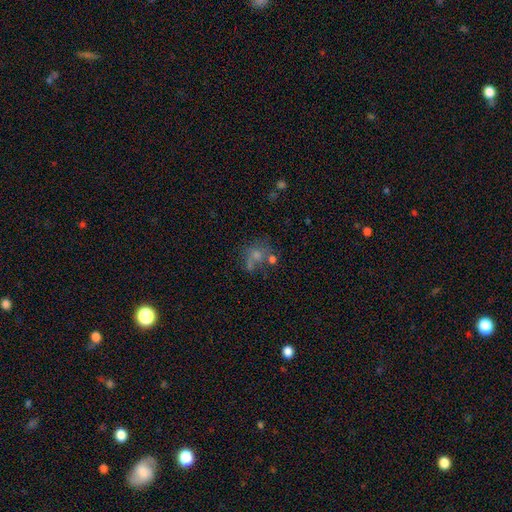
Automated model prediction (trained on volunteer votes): This is possibly a smooth galaxy (51%). How rounded: possibly round (60%). Merging: marginally none (37%).